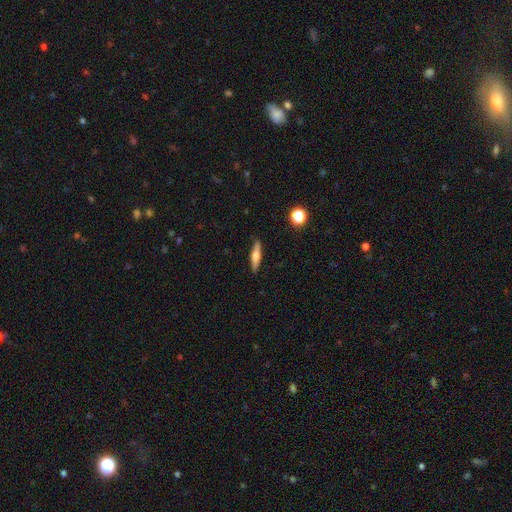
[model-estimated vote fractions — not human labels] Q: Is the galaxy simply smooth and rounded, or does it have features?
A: smooth — 50%.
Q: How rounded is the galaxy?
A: cigar-shaped — 81%.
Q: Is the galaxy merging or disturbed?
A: none — 89%.